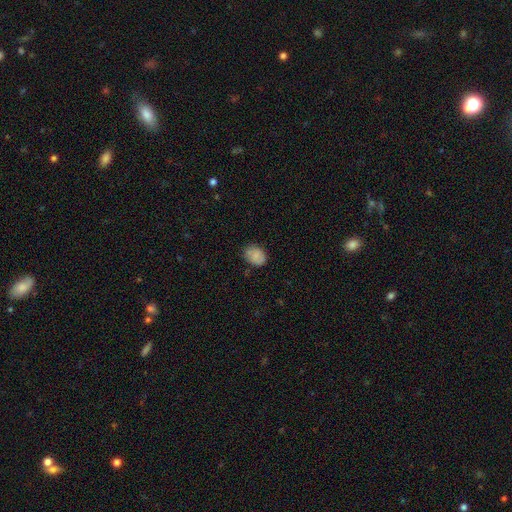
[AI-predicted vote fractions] A smooth galaxy with no disk features (84%) that is in between round and cigar-shaped (65%).

Vote fractions:
- Smooth or featured? smooth: 84% / star or artifact: 8% / featured or disk: 8%
- How rounded? in between: 65% / round: 34% / cigar-shaped: 1%
- Merging? none: 77% / minor disturbance: 18% / major disturbance: 3% / merger: 1%